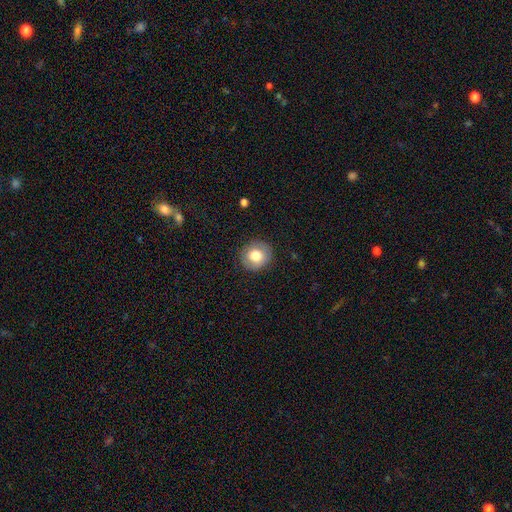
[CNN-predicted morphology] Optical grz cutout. It shows a smooth galaxy with no disk features (78%) that is round (85%). Merging: none (88%).